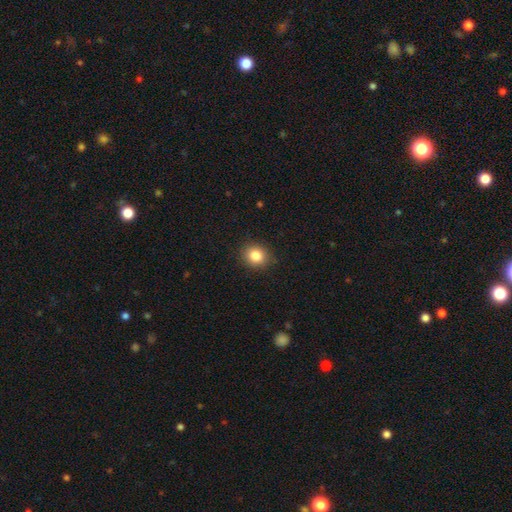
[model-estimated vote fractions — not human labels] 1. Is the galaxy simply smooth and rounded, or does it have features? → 84% smooth, 10% star or artifact, 6% featured or disk.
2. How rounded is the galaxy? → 71% round, 28% in between, 1% cigar-shaped.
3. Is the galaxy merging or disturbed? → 89% none, 8% minor disturbance, 2% major disturbance, 1% merger.